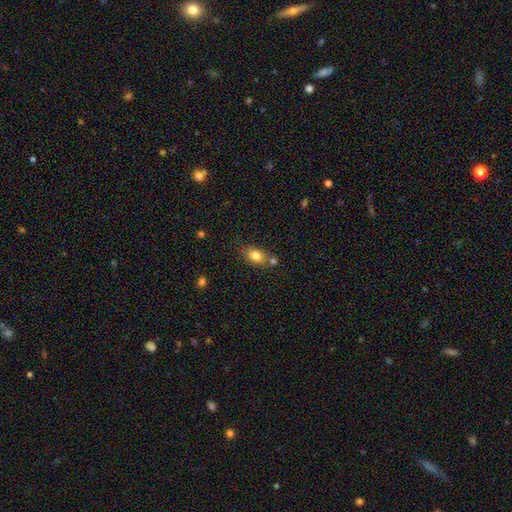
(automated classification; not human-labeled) This is clearly a smooth galaxy (81%). How rounded: likely in between (78%). Merging: likely none (61%).